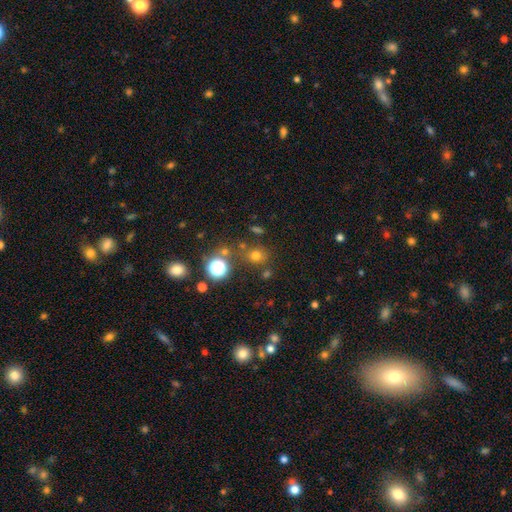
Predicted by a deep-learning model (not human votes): smooth-or-featured: smooth: 64% | star or artifact: 28% | featured or disk: 8%
  how-rounded: round: 79% | in between: 20% | cigar-shaped: 1%
  merging: none: 76% | minor disturbance: 11% | merger: 9% | major disturbance: 5%